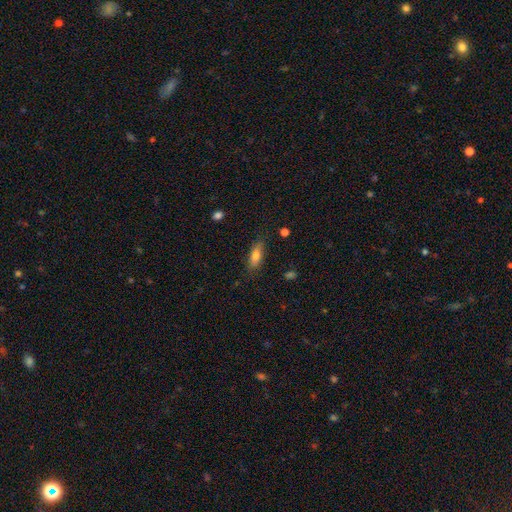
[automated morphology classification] Smooth or featured: smooth — 76% (featured or disk — 16%)
How rounded: in between — 67% (cigar-shaped — 30%)
Merging: none — 81% (minor disturbance — 15%)